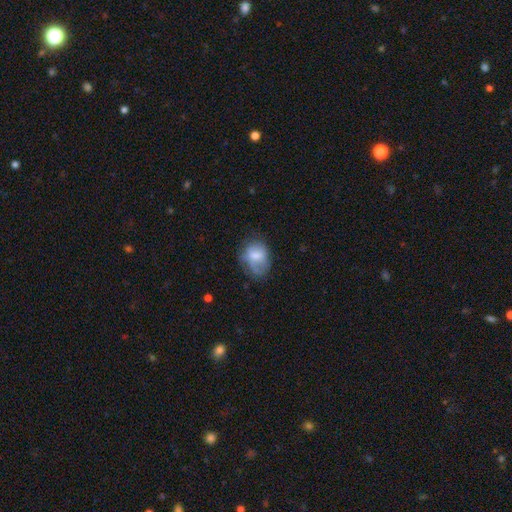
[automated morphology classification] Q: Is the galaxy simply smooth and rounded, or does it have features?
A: smooth — 66%.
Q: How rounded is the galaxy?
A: in between — 60%.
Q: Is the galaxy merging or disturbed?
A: none — 42%.